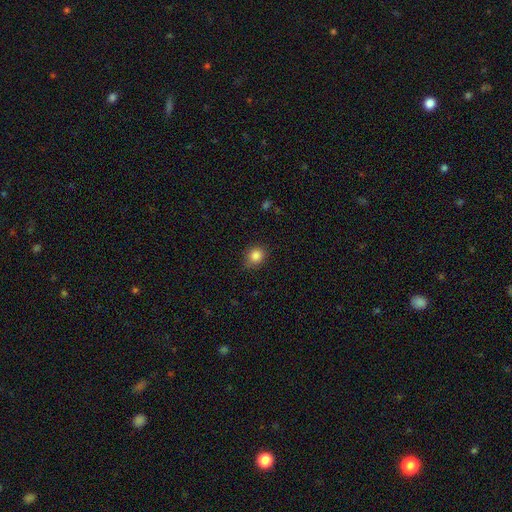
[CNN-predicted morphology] This appears to be a smooth galaxy with no disk features (85%) that is round (73%). Merging: none (79%).